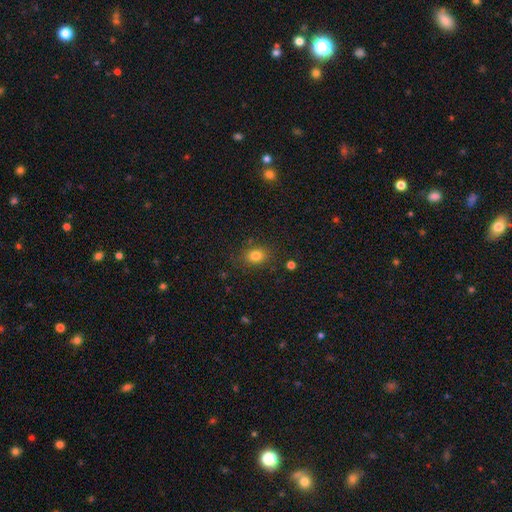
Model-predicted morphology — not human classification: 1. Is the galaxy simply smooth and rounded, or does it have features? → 81% smooth, 12% star or artifact, 7% featured or disk.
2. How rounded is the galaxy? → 59% in between, 40% round, 1% cigar-shaped.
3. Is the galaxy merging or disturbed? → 83% none, 12% minor disturbance, 4% major disturbance, 2% merger.